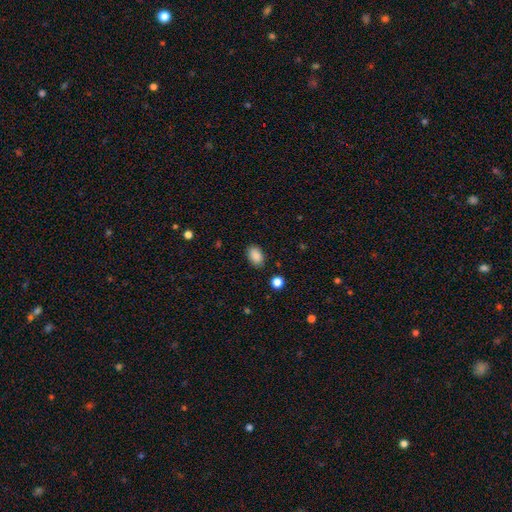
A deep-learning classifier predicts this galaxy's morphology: A smooth galaxy with no disk features (88%) that is in between round and cigar-shaped (85%).

Vote fractions:
- Smooth or featured? smooth: 88% / star or artifact: 8% / featured or disk: 4%
- How rounded? in between: 85% / round: 14% / cigar-shaped: 1%
- Merging? none: 84% / minor disturbance: 11% / major disturbance: 3% / merger: 2%